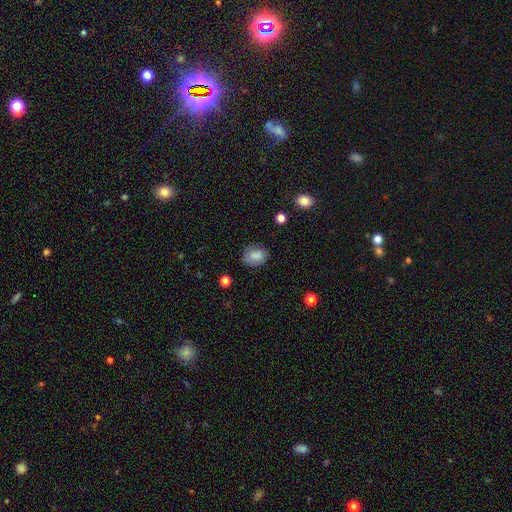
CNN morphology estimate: The model was most divided on "how rounded": in between: 55%, round: 44%, cigar-shaped: 1%. More confident: smooth or featured — smooth (84%); merging — none (70%).